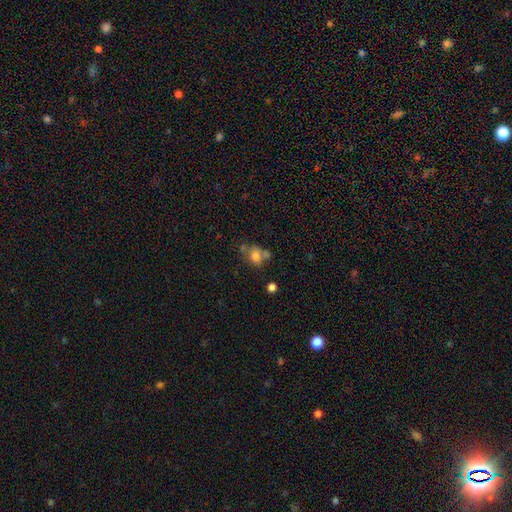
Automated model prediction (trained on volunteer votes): smooth 68%, featured or disk 20%, star or artifact 12%. Down the decision tree: how rounded — in between (50%); merging — none (36%).